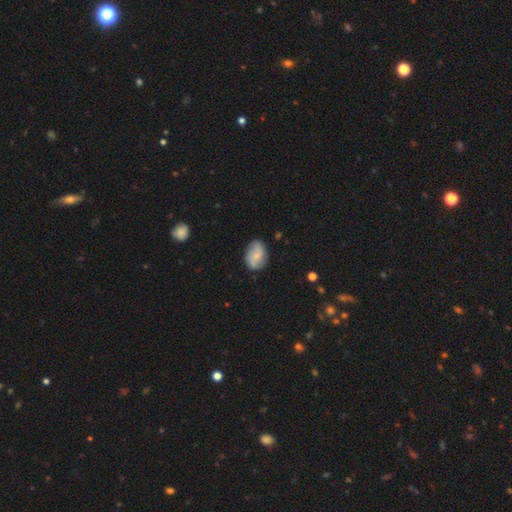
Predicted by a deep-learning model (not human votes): smooth 49%, featured or disk 44%, star or artifact 7%. Down the decision tree: merging — none (78%).